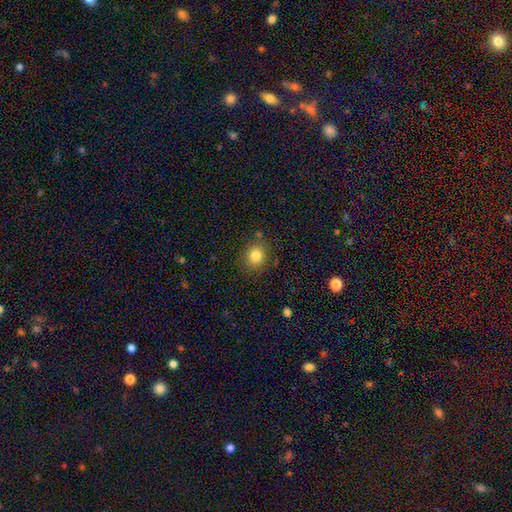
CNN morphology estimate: Q: Smooth or featured?
A: smooth (82%); runner-up: star or artifact (12%)
Q: How rounded?
A: round (76%); runner-up: in between (24%)
Q: Merging?
A: none (83%); runner-up: minor disturbance (11%)